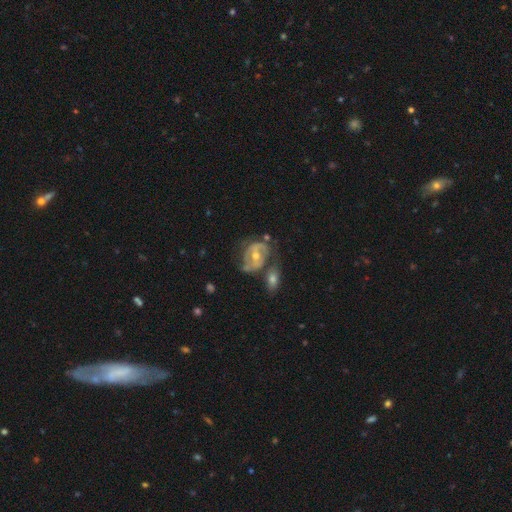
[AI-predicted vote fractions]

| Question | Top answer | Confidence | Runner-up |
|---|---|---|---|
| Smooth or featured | featured or disk | 72% | smooth (22%) |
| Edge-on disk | no | 96% | yes (4%) |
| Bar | weak | 40% | no (36%) |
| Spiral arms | yes | 65% | no (35%) |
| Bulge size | moderate | 66% | small (28%) |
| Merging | none | 41% | minor disturbance (22%) |